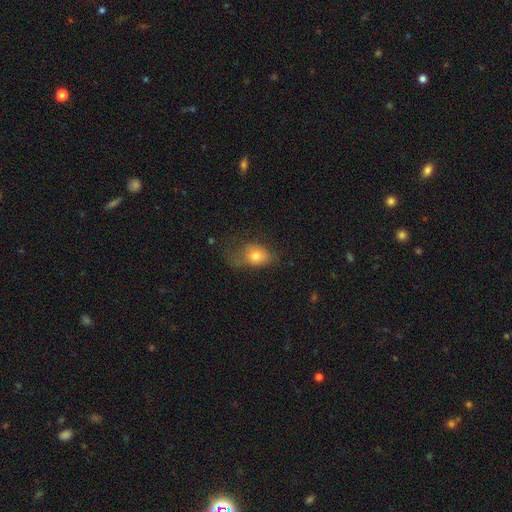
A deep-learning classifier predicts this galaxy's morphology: Smooth or featured? smooth (76%)
How rounded? in between (71%)
Merging? none (39%)